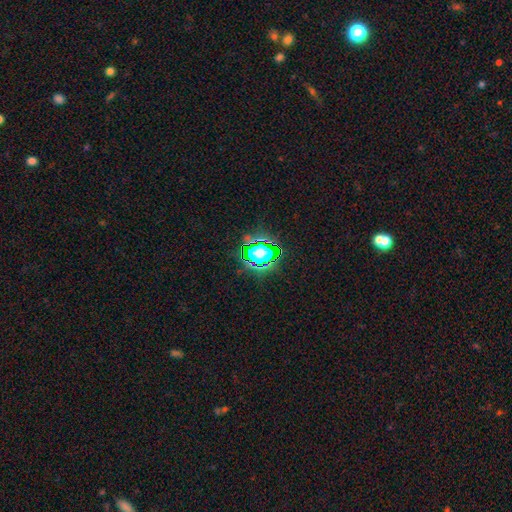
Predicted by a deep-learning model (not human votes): A star or artifact, not a galaxy (60%).

Vote fractions:
- Smooth or featured? star or artifact: 60% / smooth: 27% / featured or disk: 13%